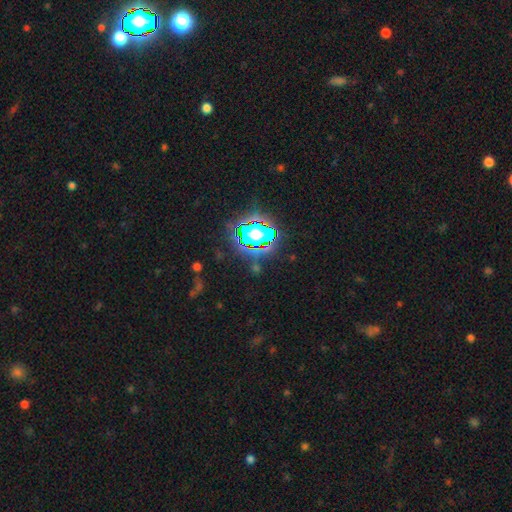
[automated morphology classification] A star or artifact, not a galaxy (79%).

Vote fractions:
- Smooth or featured? star or artifact: 79% / smooth: 13% / featured or disk: 8%